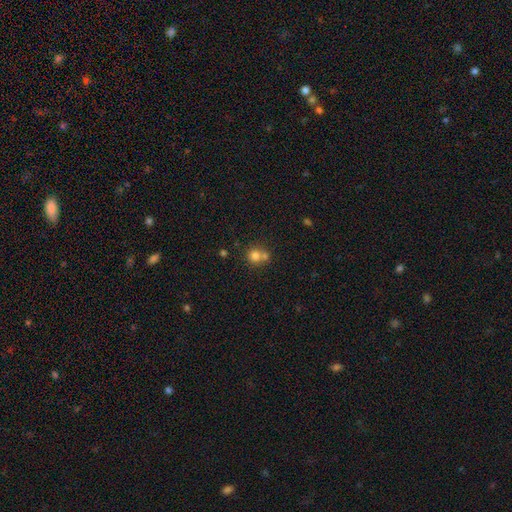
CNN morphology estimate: A smooth galaxy with no disk features (77%) that is round (88%).

Vote fractions:
- Smooth or featured? smooth: 77% / star or artifact: 13% / featured or disk: 10%
- How rounded? round: 88% / in between: 11% / cigar-shaped: 1%
- Merging? none: 48% / merger: 42% / minor disturbance: 7% / major disturbance: 3%